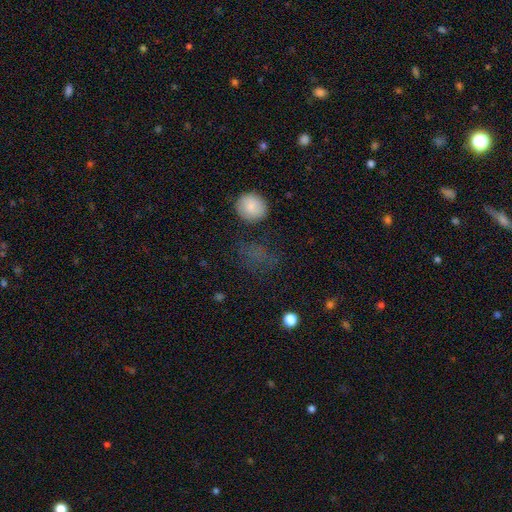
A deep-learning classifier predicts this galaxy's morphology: Overall: smooth (50%; star or artifact 37%). How rounded: round (67%; in between 30%). Merging: none (64%).